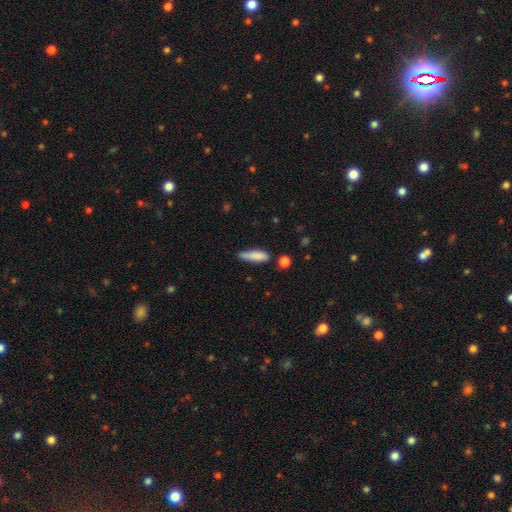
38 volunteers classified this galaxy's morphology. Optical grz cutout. It shows a smooth galaxy with no disk features (87%) that is cigar-shaped (58%). Merging: none (47%).